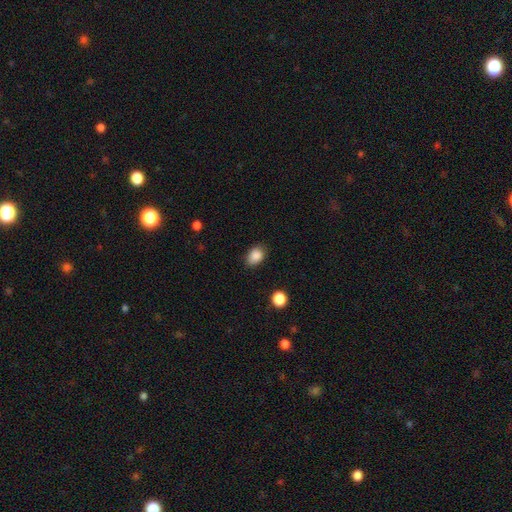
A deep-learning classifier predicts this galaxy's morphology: A smooth galaxy with no disk features (87%) that is in between round and cigar-shaped (80%).

Vote fractions:
- Smooth or featured? smooth: 87% / star or artifact: 8% / featured or disk: 4%
- How rounded? in between: 80% / round: 19% / cigar-shaped: 1%
- Merging? none: 81% / minor disturbance: 15% / major disturbance: 3% / merger: 1%